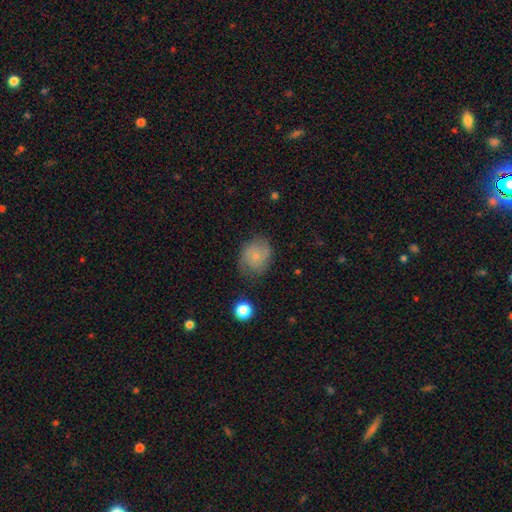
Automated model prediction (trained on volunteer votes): Smooth or featured: smooth — 50% (featured or disk — 42%)
Merging: none — 67% (minor disturbance — 23%)